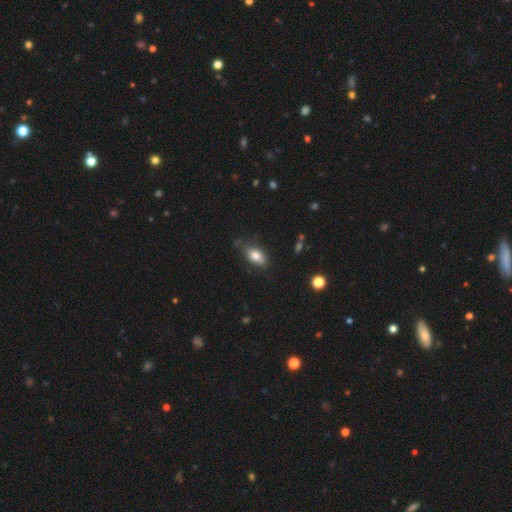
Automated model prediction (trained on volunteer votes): This is likely a smooth galaxy (79%). How rounded: clearly in between (87%). Merging: likely none (70%).